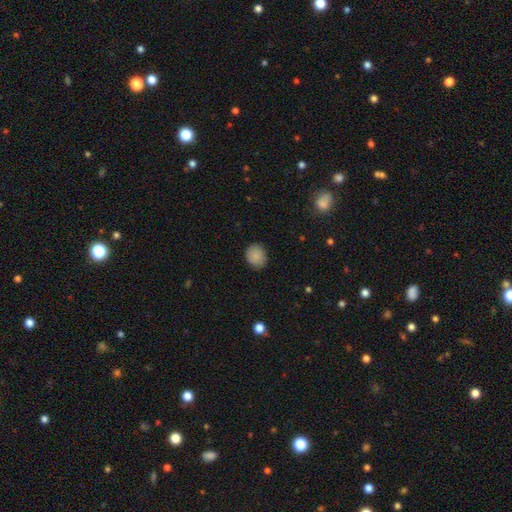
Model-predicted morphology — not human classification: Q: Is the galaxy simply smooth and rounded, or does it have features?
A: smooth — 85%.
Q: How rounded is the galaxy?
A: round — 67%.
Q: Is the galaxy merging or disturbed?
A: none — 84%.